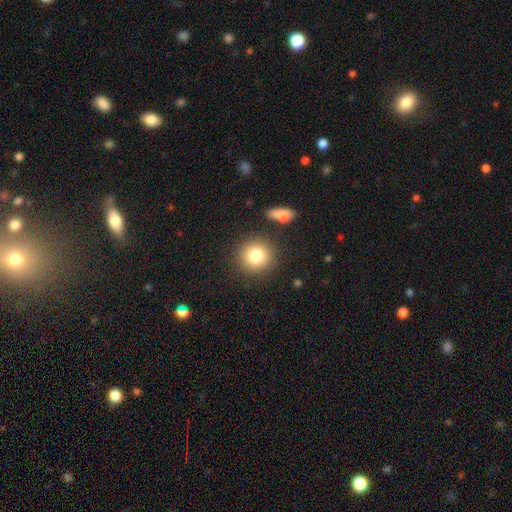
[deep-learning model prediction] Overall: smooth (81%). How rounded: round (92%). Merging: none (85%).